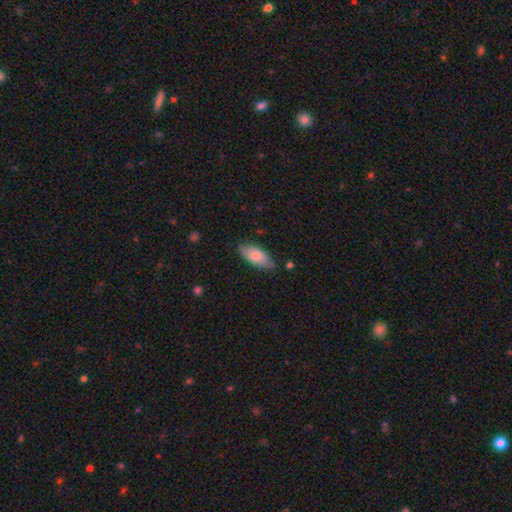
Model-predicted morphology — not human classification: smooth_or_featured: smooth (p=0.76) [alt: featured or disk p=0.18]
how_rounded: in between (p=0.85) [alt: cigar-shaped p=0.13]
merging: none (p=0.75) [alt: minor disturbance p=0.20]